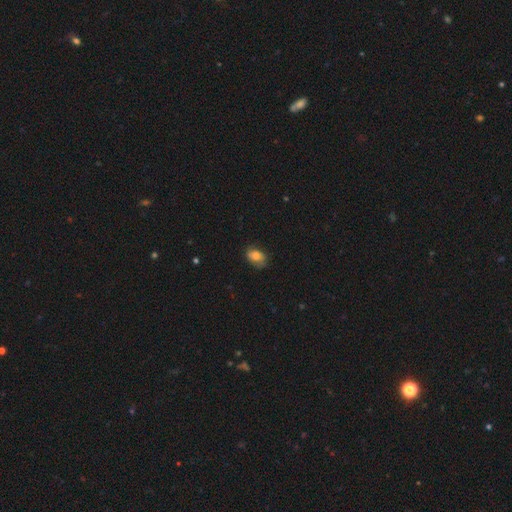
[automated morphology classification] smooth 71%, featured or disk 20%, star or artifact 9%. Down the decision tree: how rounded — in between (79%); merging — none (67%).